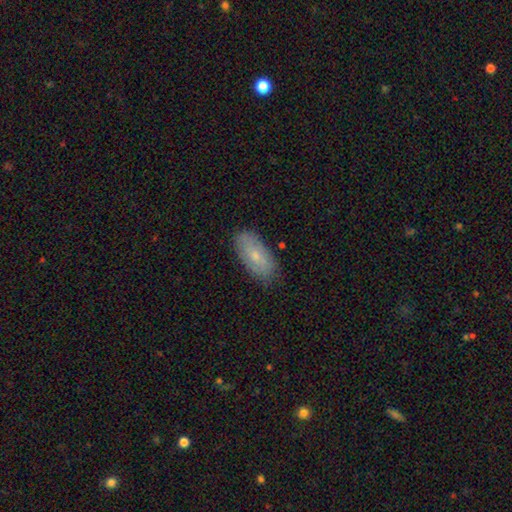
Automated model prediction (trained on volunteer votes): Smooth or featured?
  - smooth: 70% *
  - featured or disk: 24%
  - star or artifact: 6%
How rounded?
  - in between: 90% *
  - cigar-shaped: 8%
  - round: 2%
Merging?
  - none: 82% *
  - minor disturbance: 15%
  - major disturbance: 3%
  - merger: 1%